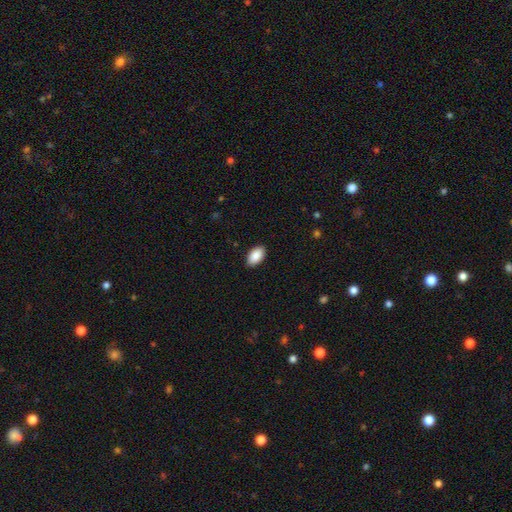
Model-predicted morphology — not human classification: Q: Smooth or featured?
A: smooth (90%); runner-up: star or artifact (6%)
Q: How rounded?
A: in between (94%); runner-up: round (4%)
Q: Merging?
A: none (89%); runner-up: minor disturbance (8%)